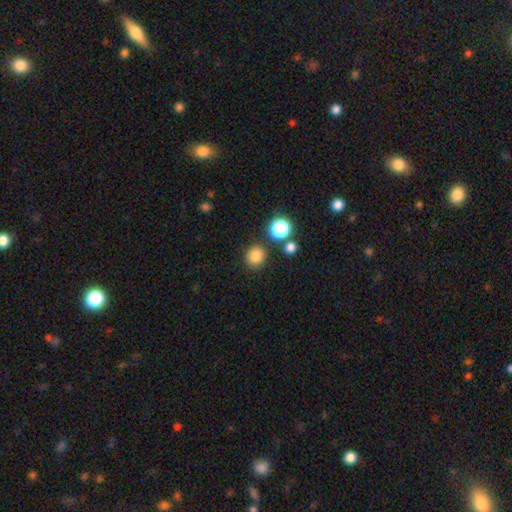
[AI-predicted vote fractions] Smooth or featured?
  - smooth: 83% *
  - star or artifact: 13%
  - featured or disk: 5%
How rounded?
  - round: 85% *
  - in between: 14%
  - cigar-shaped: 1%
Merging?
  - none: 83% *
  - minor disturbance: 8%
  - merger: 6%
  - major disturbance: 3%